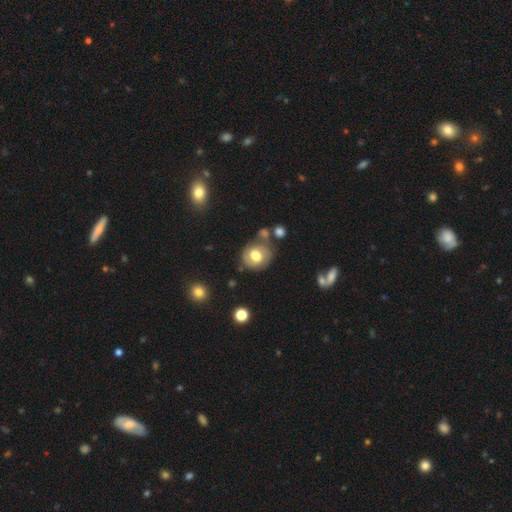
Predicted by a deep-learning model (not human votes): Q: Smooth or featured?
A: smooth (60%); runner-up: featured or disk (32%)
Q: How rounded?
A: round (73%); runner-up: in between (26%)
Q: Merging?
A: none (66%); runner-up: minor disturbance (18%)